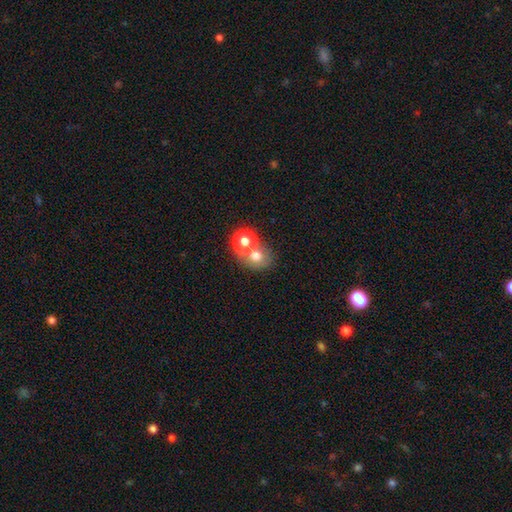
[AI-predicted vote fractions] Smooth or featured: smooth — 70% (star or artifact — 16%)
How rounded: round — 74% (in between — 25%)
Merging: merger — 44% (tied with none — 44%)